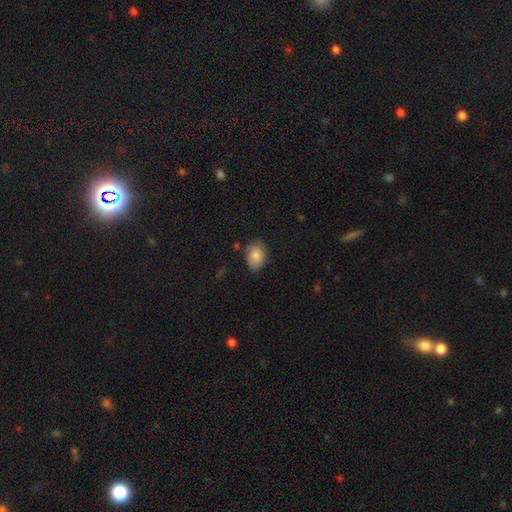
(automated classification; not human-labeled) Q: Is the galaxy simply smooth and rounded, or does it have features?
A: smooth — 86%.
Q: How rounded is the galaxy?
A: in between — 76%.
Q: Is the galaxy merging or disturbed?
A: none — 76%.